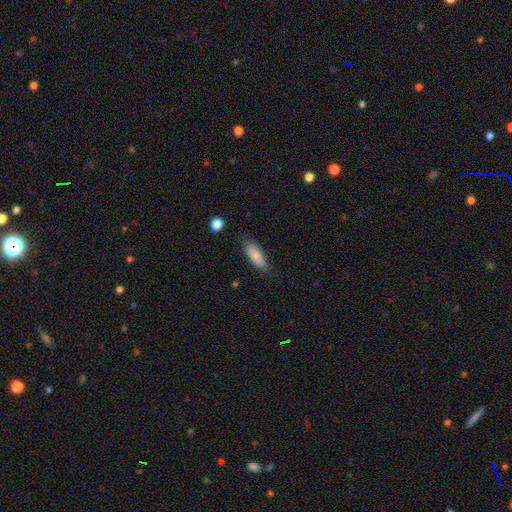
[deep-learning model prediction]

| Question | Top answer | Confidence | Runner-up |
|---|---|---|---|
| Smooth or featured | smooth | 84% | featured or disk (9%) |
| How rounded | in between | 64% | cigar-shaped (34%) |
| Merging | none | 76% | minor disturbance (19%) |